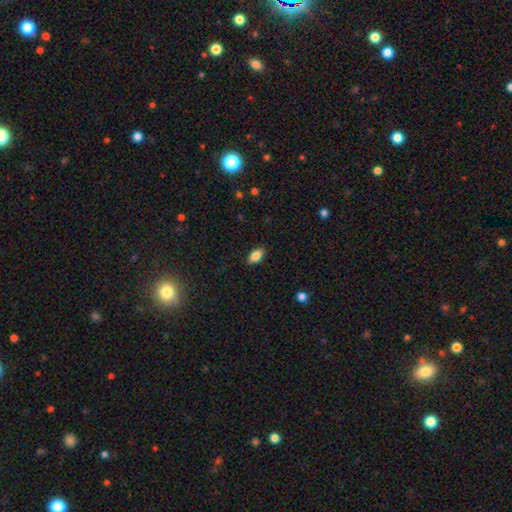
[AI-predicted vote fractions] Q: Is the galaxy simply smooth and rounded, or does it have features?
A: smooth — 86%.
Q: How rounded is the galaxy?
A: in between — 91%.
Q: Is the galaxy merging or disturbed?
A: none — 87%.